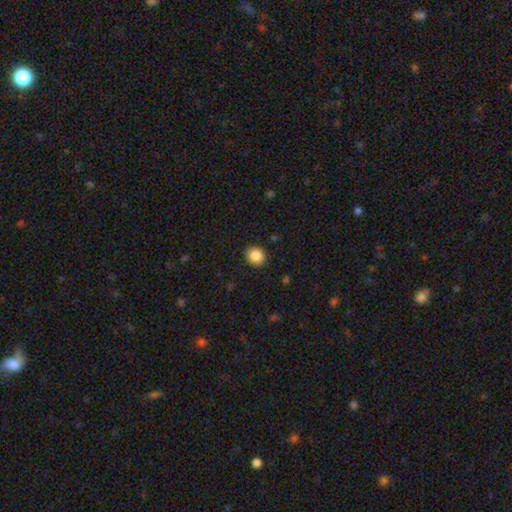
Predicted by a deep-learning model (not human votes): Overall: smooth (87%). How rounded: round (85%). Merging: none (91%).